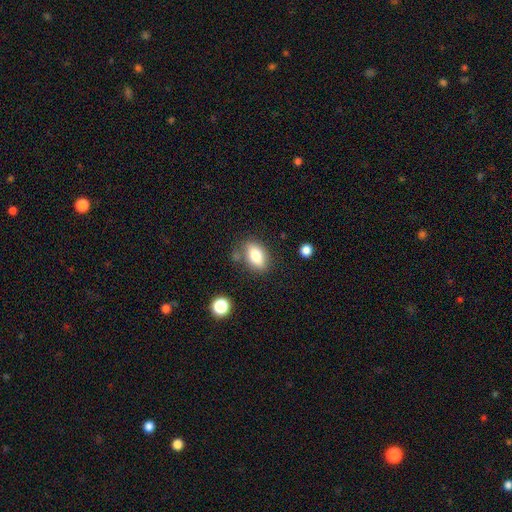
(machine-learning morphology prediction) Smooth or featured? Predicted: smooth (p=0.81). How rounded? Predicted: in between (p=0.86). Merging? Predicted: none (p=0.73).